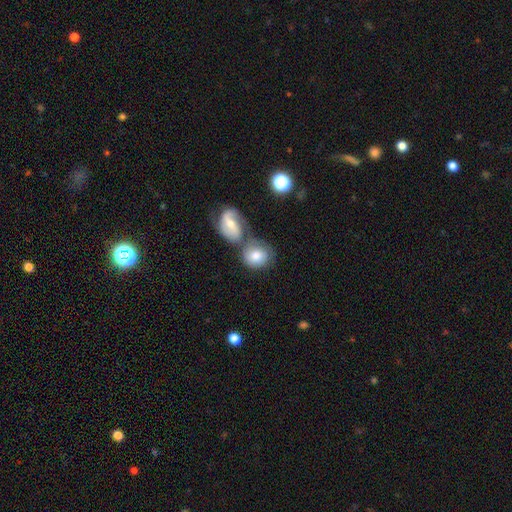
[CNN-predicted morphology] Smooth or featured: smooth — 65% (featured or disk — 28%)
How rounded: round — 66% (in between — 33%)
Merging: merger — 48% (none — 35%)